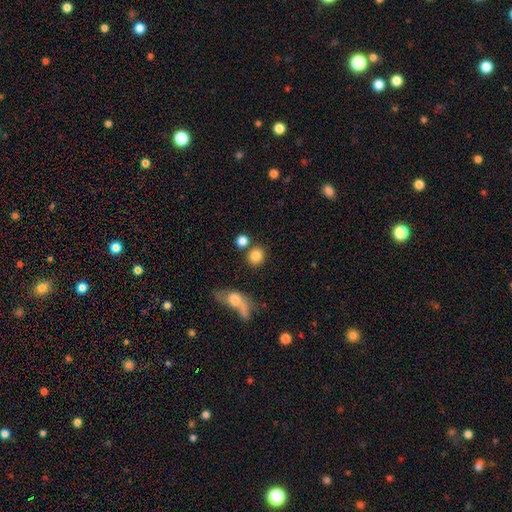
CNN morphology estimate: The model was most divided on "merging": none: 71%, merger: 16%, minor disturbance: 9%, major disturbance: 5%. More confident: smooth or featured — smooth (83%); how rounded — round (82%).